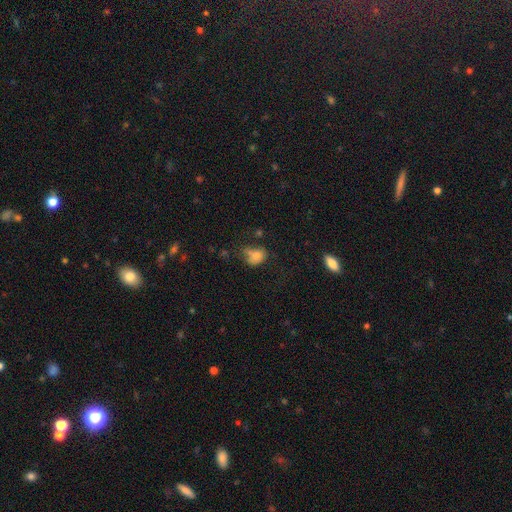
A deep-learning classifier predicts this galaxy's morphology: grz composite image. It shows a smooth galaxy with no disk features (73%) that is in between round and cigar-shaped (63%). Merging: none (39%).